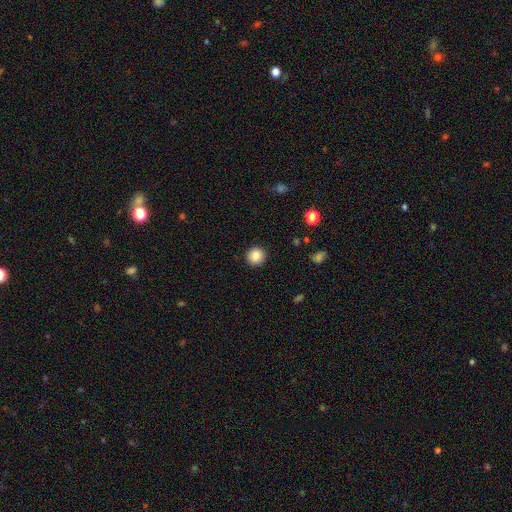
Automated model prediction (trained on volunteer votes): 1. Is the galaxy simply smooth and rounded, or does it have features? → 86% smooth, 9% star or artifact, 5% featured or disk.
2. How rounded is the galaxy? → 93% round, 7% in between, 1% cigar-shaped.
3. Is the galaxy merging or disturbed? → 91% none, 6% minor disturbance, 2% major disturbance, 1% merger.